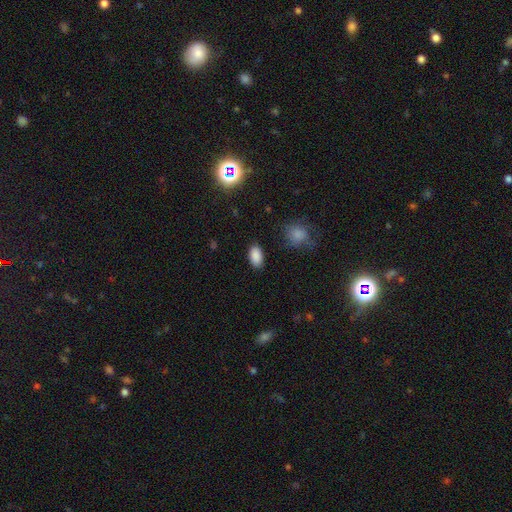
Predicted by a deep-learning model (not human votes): Smooth or featured? smooth (88%)
How rounded? in between (92%)
Merging? none (86%)